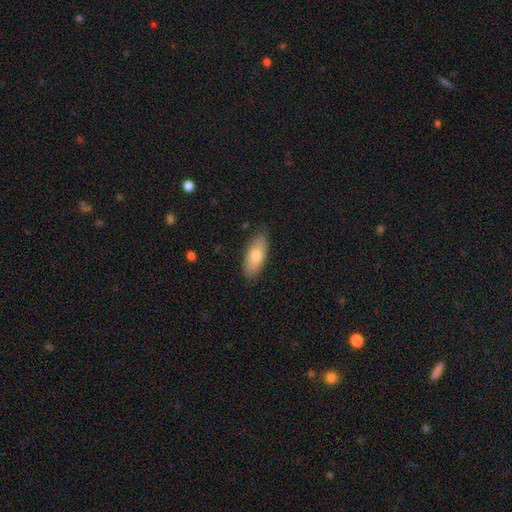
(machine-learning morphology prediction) type=smooth (74%); roundness=in between (81%); merging=none (85%).